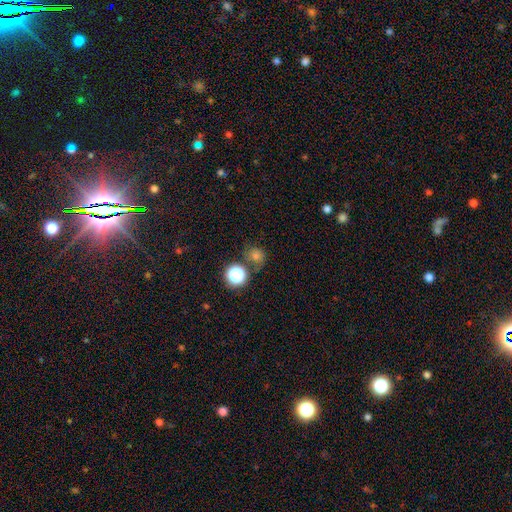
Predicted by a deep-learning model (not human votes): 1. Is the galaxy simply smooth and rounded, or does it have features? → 57% smooth, 33% star or artifact, 11% featured or disk.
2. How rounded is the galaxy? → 82% round, 17% in between, 1% cigar-shaped.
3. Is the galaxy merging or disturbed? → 71% none, 12% minor disturbance, 11% merger, 6% major disturbance.